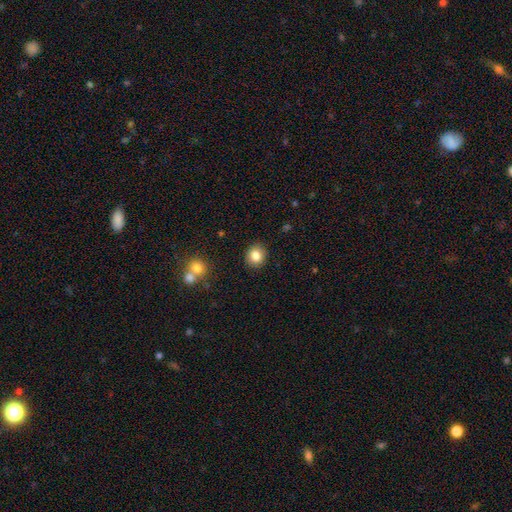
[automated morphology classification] Q: Smooth or featured?
A: smooth (84%); runner-up: star or artifact (10%)
Q: How rounded?
A: round (77%); runner-up: in between (22%)
Q: Merging?
A: none (89%); runner-up: minor disturbance (7%)